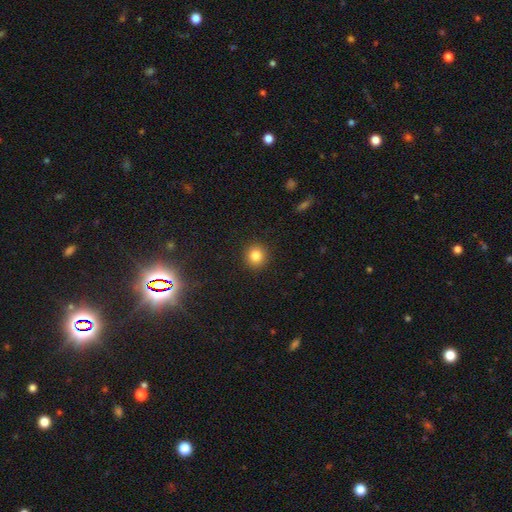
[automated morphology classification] A smooth galaxy with no disk features (83%) that is round (92%). Merging: none (92%).